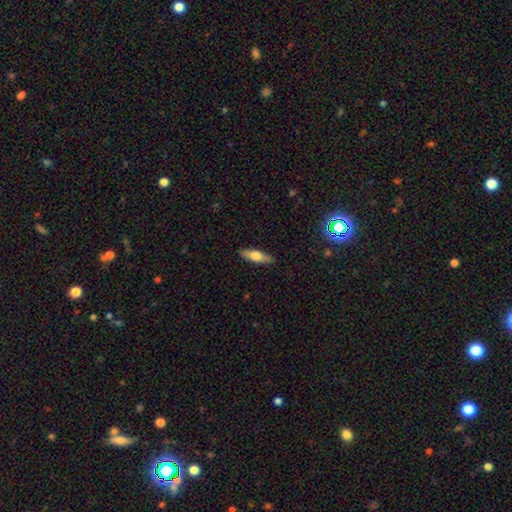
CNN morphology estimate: Smooth or featured? Predicted: smooth (p=0.64). How rounded? Predicted: cigar-shaped (p=0.52). Merging? Predicted: none (p=0.88).